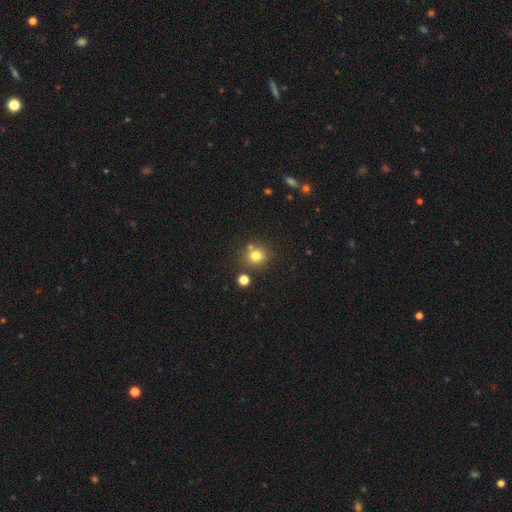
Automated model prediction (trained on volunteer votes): This appears to be a smooth galaxy with no disk features (77%) that is round (83%). Merging: none (74%).